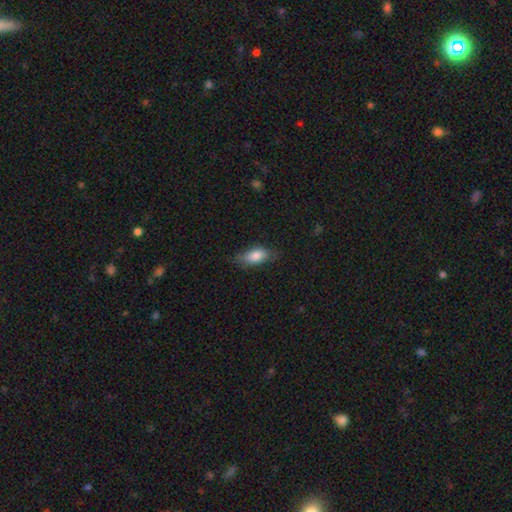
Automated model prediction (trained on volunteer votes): Smooth or featured: smooth — 81% (featured or disk — 12%)
How rounded: in between — 84% (cigar-shaped — 12%)
Merging: none — 68% (minor disturbance — 24%)